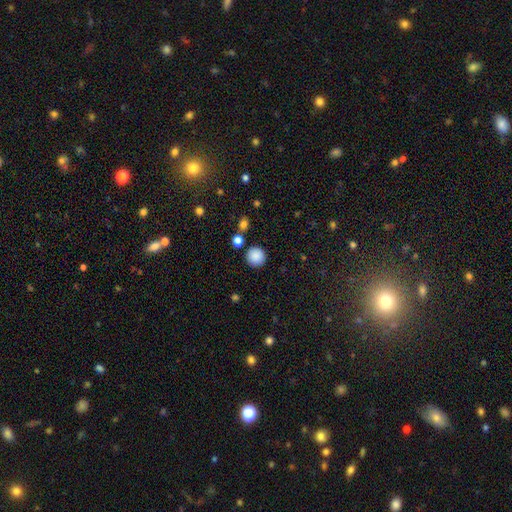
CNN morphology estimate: Smooth or featured? smooth (88%)
How rounded? round (94%)
Merging? none (88%)